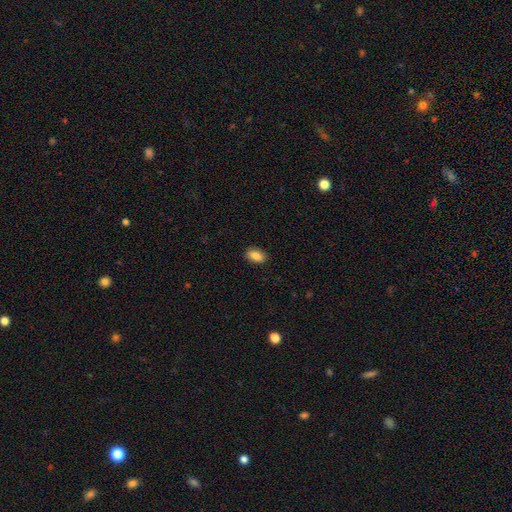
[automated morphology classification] smooth_or_featured: smooth (p=0.87) [alt: star or artifact p=0.08]
how_rounded: in between (p=0.89) [alt: round p=0.08]
merging: none (p=0.88) [alt: minor disturbance p=0.09]